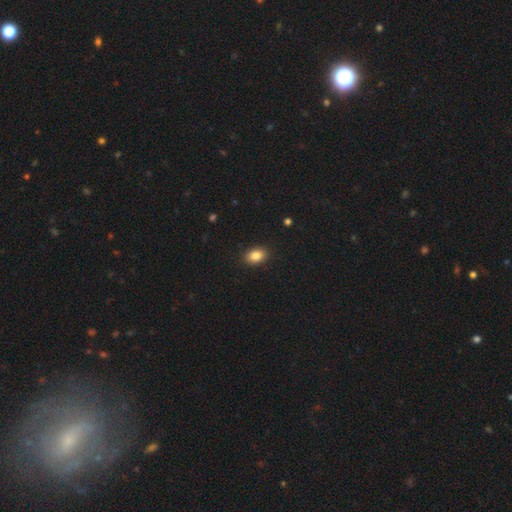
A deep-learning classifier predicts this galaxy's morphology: type=smooth (86%); roundness=in between (80%); merging=none (89%).